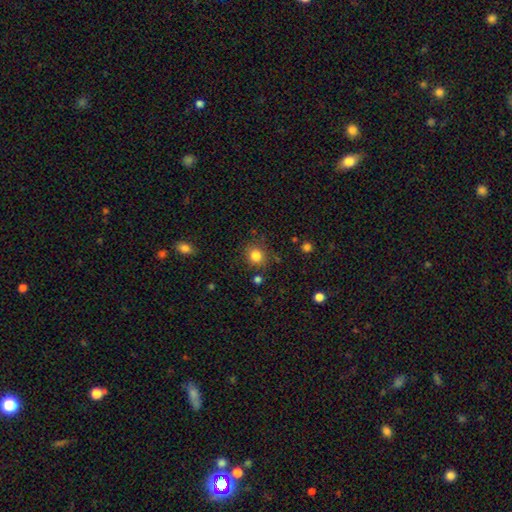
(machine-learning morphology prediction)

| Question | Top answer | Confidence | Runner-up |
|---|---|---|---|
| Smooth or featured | smooth | 83% | star or artifact (12%) |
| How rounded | round | 82% | in between (17%) |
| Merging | none | 81% | minor disturbance (11%) |